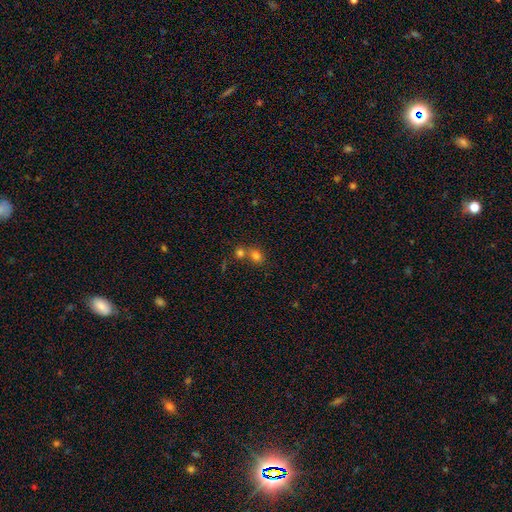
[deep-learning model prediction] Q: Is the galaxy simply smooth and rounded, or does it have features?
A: smooth — 78%.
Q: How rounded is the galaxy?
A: round — 61%.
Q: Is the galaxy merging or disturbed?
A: merger — 48%.